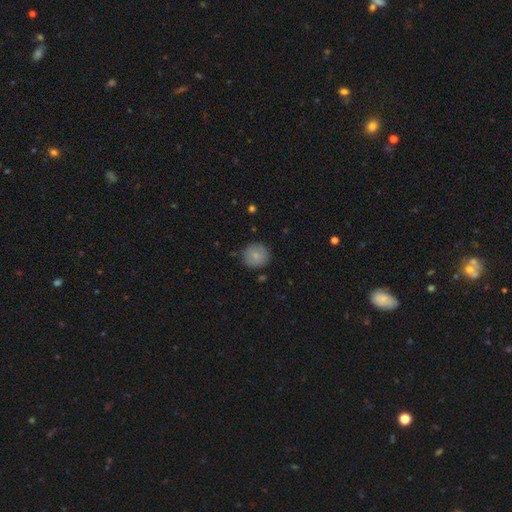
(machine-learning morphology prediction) This appears to be a smooth galaxy with no disk features (81%) that is round (93%). Merging: none (85%).